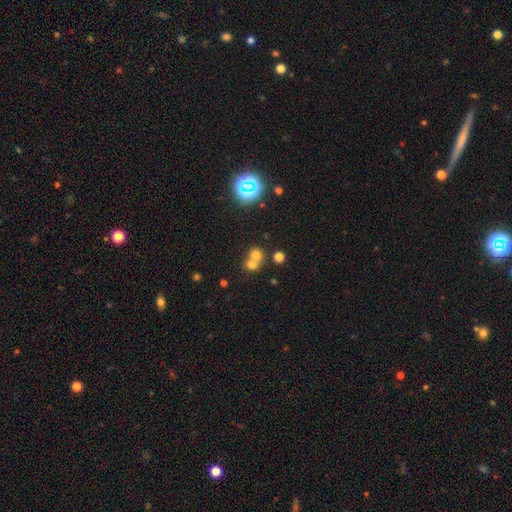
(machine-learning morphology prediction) type=smooth (67%); roundness=round (79%); merging=merger (57%).